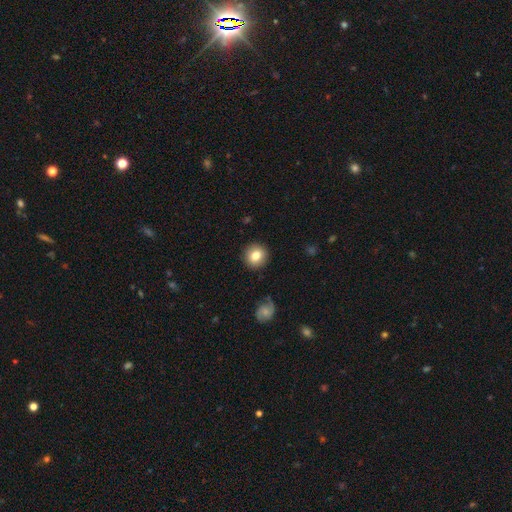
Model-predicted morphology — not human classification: This is clearly a smooth galaxy (81%). How rounded: clearly round (90%). Merging: clearly none (90%).